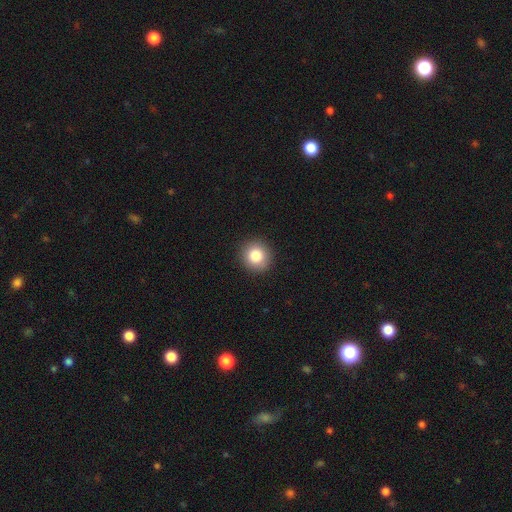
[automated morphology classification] type=smooth (85%); roundness=round (92%); merging=none (91%).